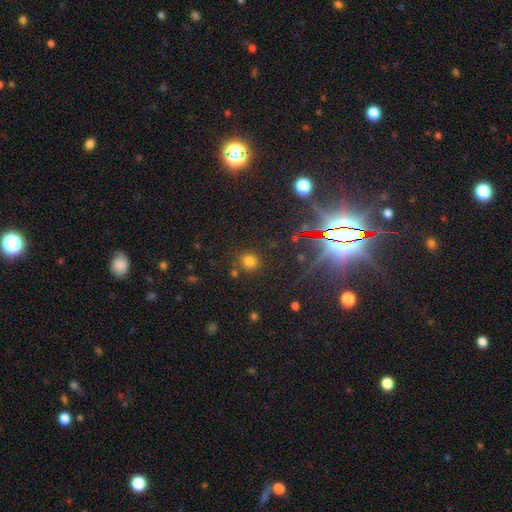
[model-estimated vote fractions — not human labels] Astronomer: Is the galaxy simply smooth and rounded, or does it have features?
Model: star or artifact — 53% (runner-up: smooth, 38%).